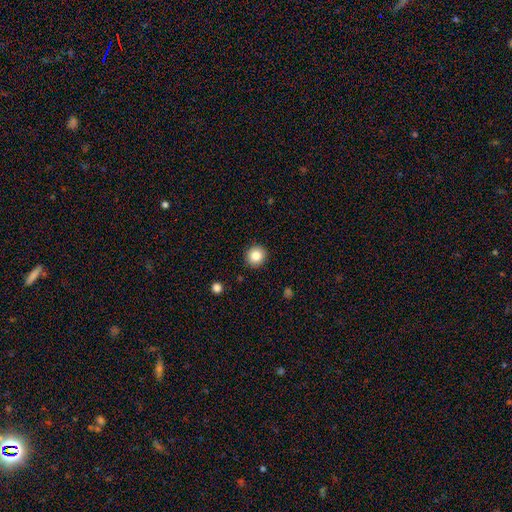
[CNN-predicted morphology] smooth_or_featured: smooth (p=0.83) [alt: star or artifact p=0.10]
how_rounded: round (p=0.92) [alt: in between p=0.07]
merging: none (p=0.91) [alt: minor disturbance p=0.06]